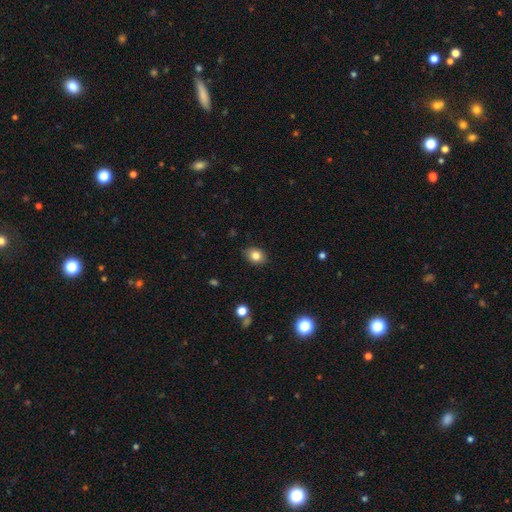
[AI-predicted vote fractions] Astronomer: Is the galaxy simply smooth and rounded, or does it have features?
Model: smooth — 82%.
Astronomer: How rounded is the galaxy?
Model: in between — 64%.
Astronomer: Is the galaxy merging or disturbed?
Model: none — 85%.